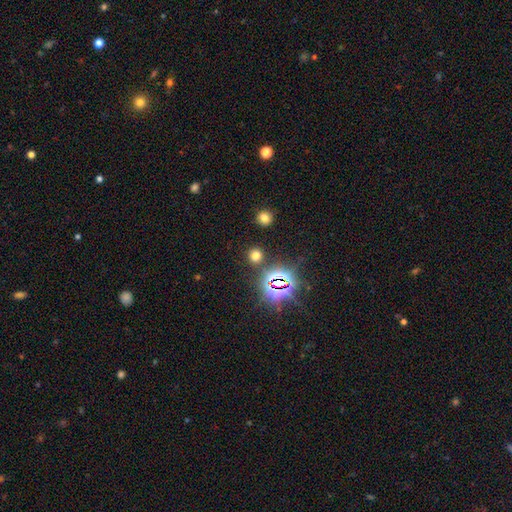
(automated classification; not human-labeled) Morphology: type=smooth (59%); roundness=round (88%); merging=none (85%).